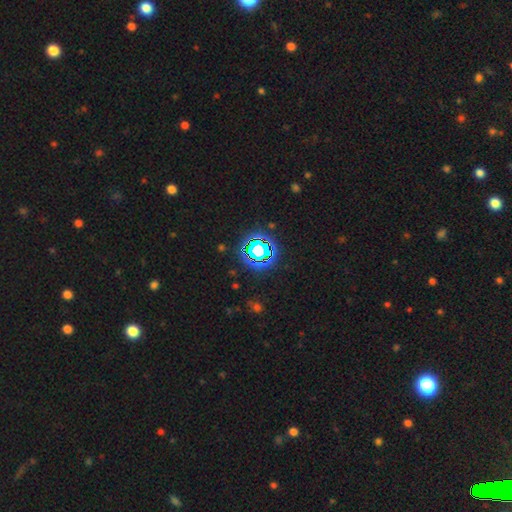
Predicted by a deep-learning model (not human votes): A star or artifact, not a galaxy (78%).

Vote fractions:
- Smooth or featured? star or artifact: 78% / smooth: 14% / featured or disk: 8%